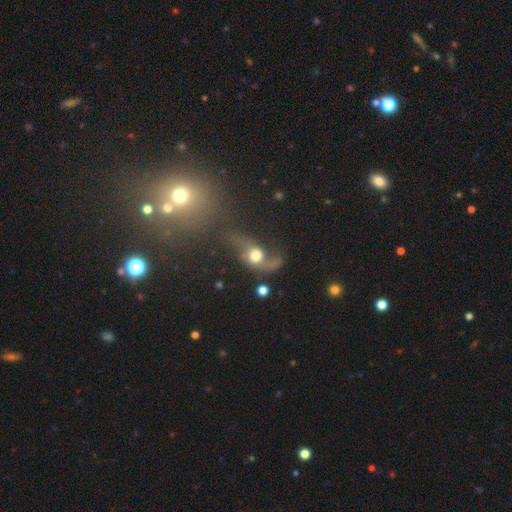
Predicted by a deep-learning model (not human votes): Smooth or featured? Predicted: featured or disk (p=0.52). Edge-on disk? Predicted: no (p=0.92). Merging? Predicted: major disturbance (p=0.40).